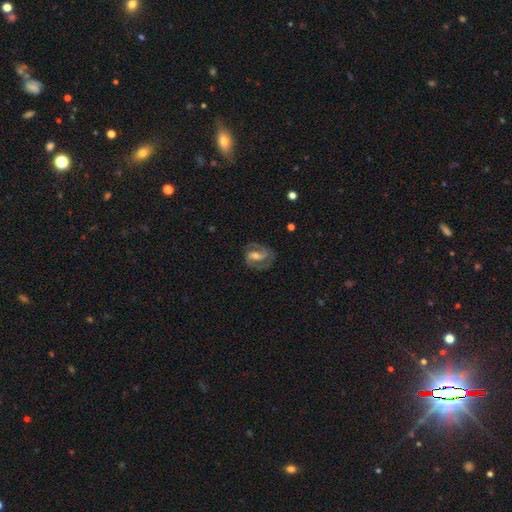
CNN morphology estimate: Q: Smooth or featured?
A: featured or disk (87%); runner-up: smooth (8%)
Q: Edge-on disk?
A: no (98%); runner-up: yes (2%)
Q: Bar?
A: weak (44%); runner-up: strong (39%)
Q: Spiral arms?
A: yes (96%); runner-up: no (4%)
Q: Spiral winding?
A: medium (55%); runner-up: tight (30%)
Q: Spiral arm count?
A: 2 (90%); runner-up: can't tell (3%)
Q: Bulge size?
A: moderate (55%); runner-up: small (38%)
Q: Merging?
A: none (79%); runner-up: minor disturbance (14%)